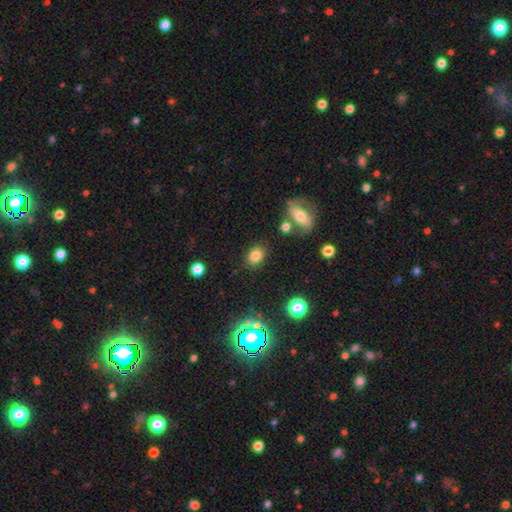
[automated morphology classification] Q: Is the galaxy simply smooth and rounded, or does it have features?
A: smooth — 78%.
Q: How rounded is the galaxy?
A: in between — 60%.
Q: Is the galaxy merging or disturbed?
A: none — 82%.